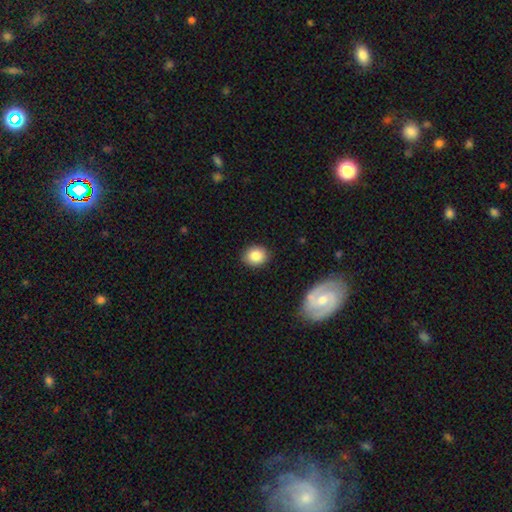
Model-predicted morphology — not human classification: Overall: smooth (85%). How rounded: round (66%; in between 33%). Merging: none (88%).